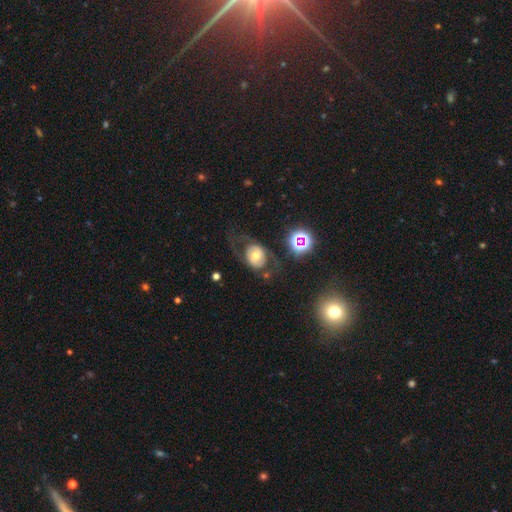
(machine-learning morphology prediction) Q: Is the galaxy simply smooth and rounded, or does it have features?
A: featured or disk — 46%.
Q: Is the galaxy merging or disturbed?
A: none — 55%.